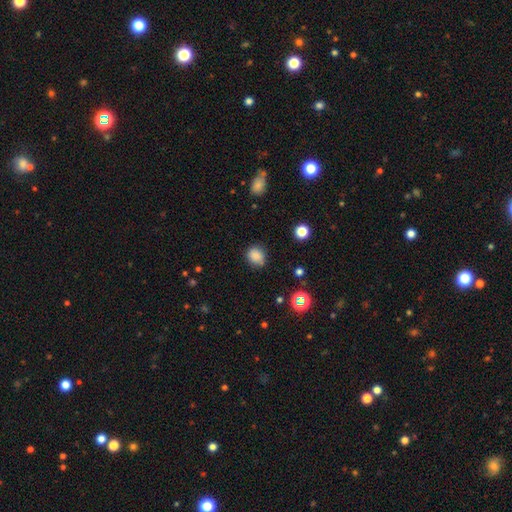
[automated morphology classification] A smooth galaxy with no disk features (83%) that is round (72%).

Vote fractions:
- Smooth or featured? smooth: 83% / star or artifact: 13% / featured or disk: 5%
- How rounded? round: 72% / in between: 27% / cigar-shaped: 1%
- Merging? none: 76% / minor disturbance: 17% / major disturbance: 4% / merger: 2%